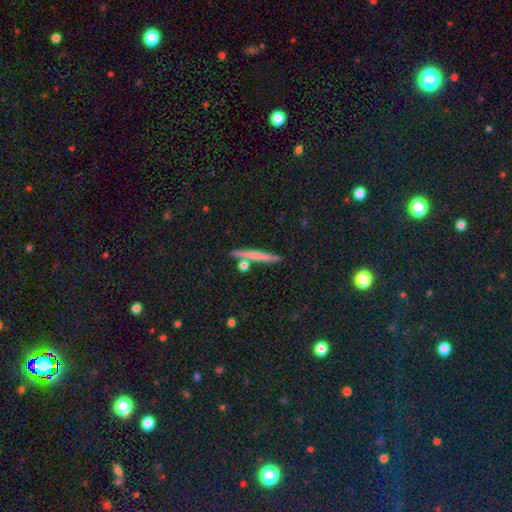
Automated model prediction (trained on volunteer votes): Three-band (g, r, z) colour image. It shows a smooth galaxy with no disk features (56%) that is cigar-shaped (92%). Merging: none (83%).